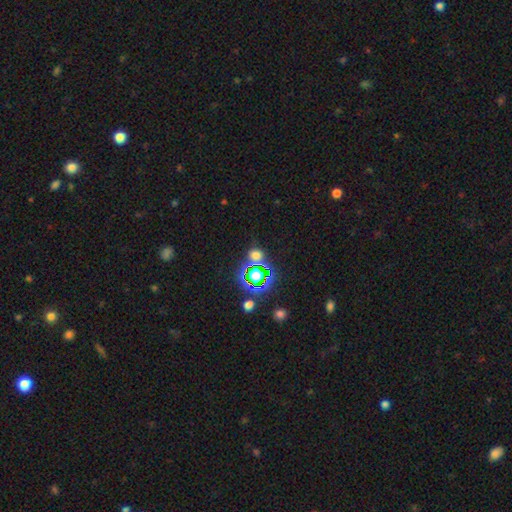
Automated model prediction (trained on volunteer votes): A smooth galaxy with no disk features (51%) that is round (77%). Merging: none (74%).